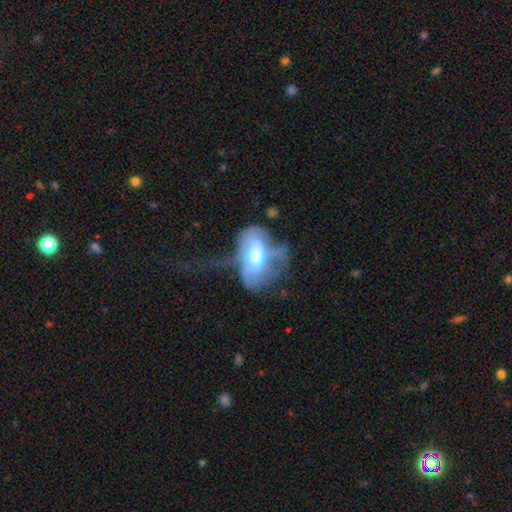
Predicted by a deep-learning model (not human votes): Smooth or featured?
  - featured or disk: 52% *
  - smooth: 39%
  - star or artifact: 9%
Edge-on disk?
  - no: 92% *
  - yes: 8%
Merging?
  - major disturbance: 57% *
  - minor disturbance: 18%
  - none: 18%
  - merger: 7%